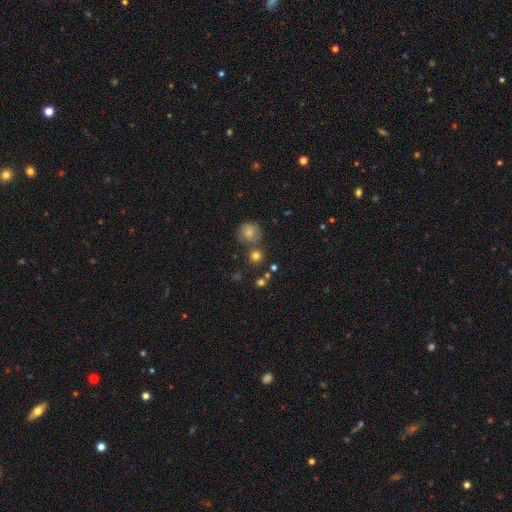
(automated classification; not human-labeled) The model was most divided on "merging": none: 69%, merger: 19%, minor disturbance: 9%, major disturbance: 3%. More confident: how rounded — round (91%); smooth or featured — smooth (75%).